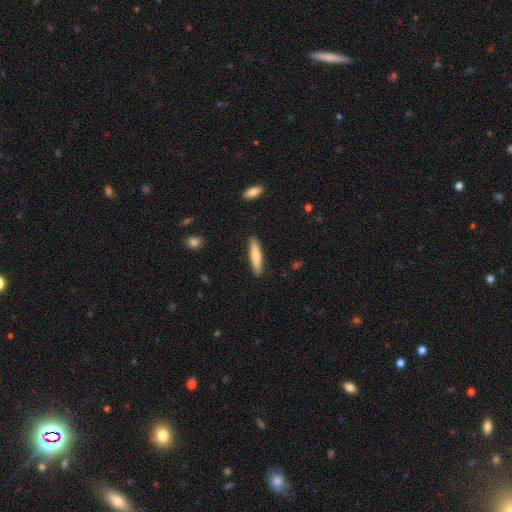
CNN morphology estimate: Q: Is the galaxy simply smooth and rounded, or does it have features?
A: smooth — 69%.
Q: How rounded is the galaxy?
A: cigar-shaped — 85%.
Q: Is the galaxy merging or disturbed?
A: none — 90%.